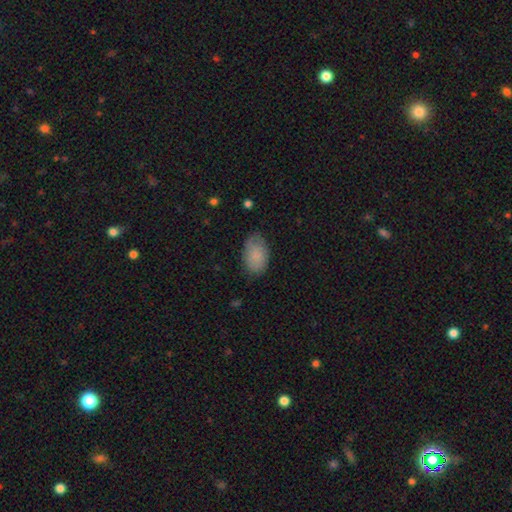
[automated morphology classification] Overall: smooth (83%). How rounded: in between (91%). Merging: none (72%).